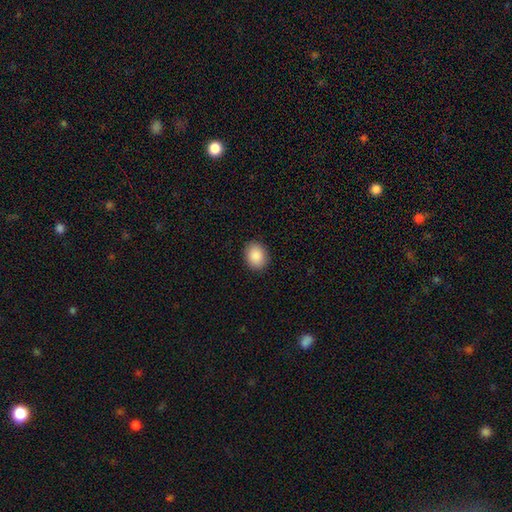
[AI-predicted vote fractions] Smooth or featured?
  - smooth: 89% *
  - star or artifact: 7%
  - featured or disk: 3%
How rounded?
  - round: 50% *
  - in between: 49%
  - cigar-shaped: 1%
Merging?
  - none: 91% *
  - minor disturbance: 7%
  - major disturbance: 2%
  - merger: 1%